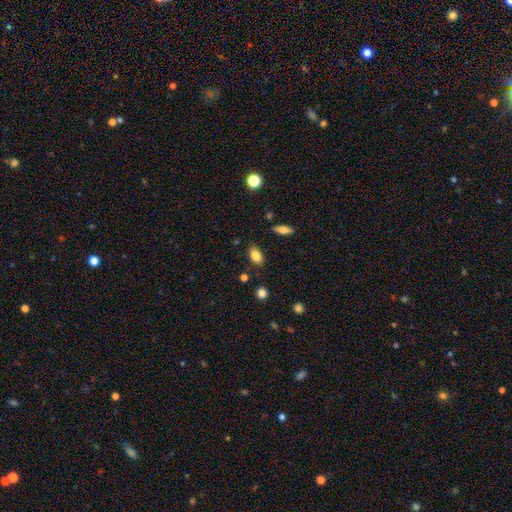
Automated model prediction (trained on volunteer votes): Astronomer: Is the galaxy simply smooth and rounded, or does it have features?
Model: smooth — 84%.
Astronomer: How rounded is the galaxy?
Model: in between — 88%.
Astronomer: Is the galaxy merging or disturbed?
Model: none — 82%.